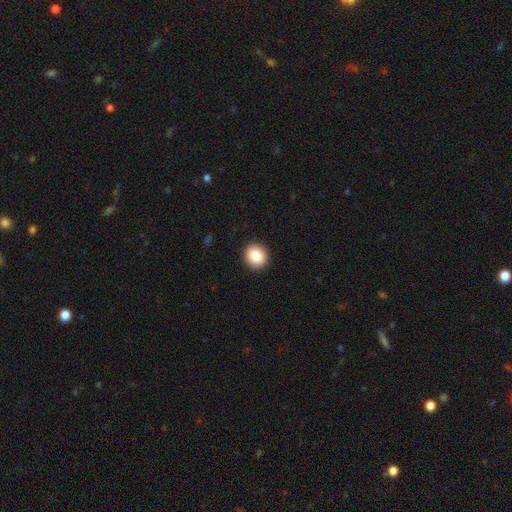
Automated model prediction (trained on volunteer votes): This is clearly a smooth galaxy (85%). How rounded: clearly round (85%). Merging: clearly none (92%).